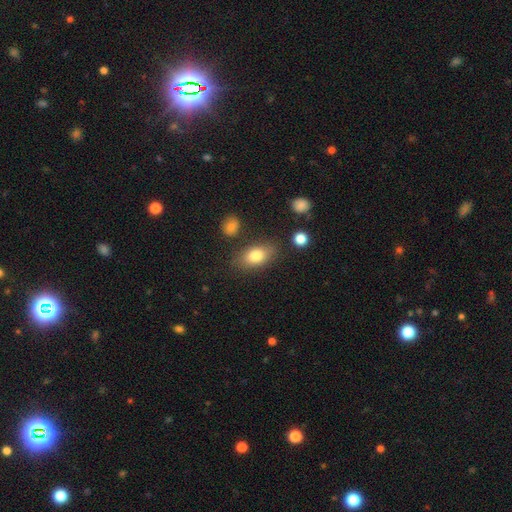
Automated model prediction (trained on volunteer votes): Overall: smooth (80%). How rounded: in between (85%). Merging: none (78%).